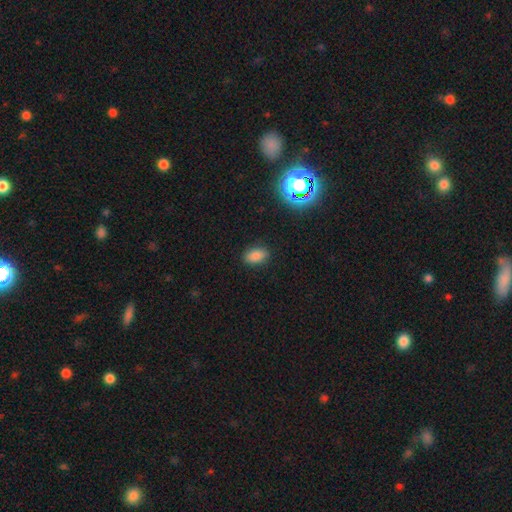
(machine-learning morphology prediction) This appears to be a smooth galaxy with no disk features (82%) that is in between round and cigar-shaped (88%). Merging: none (86%).